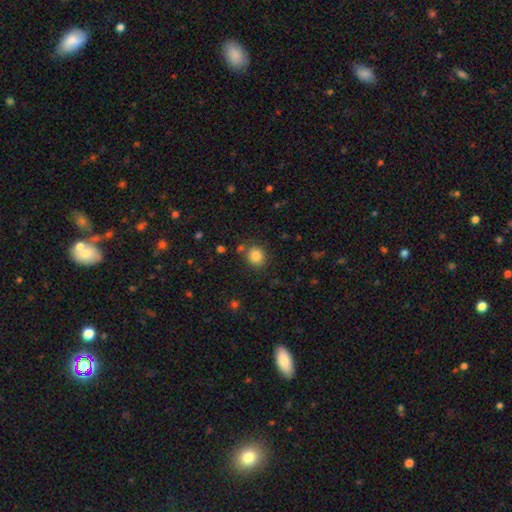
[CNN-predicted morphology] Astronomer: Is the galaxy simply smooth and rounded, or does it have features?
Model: smooth — 85%.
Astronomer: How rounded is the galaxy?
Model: round — 77%.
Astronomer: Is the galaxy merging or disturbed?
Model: none — 81%.